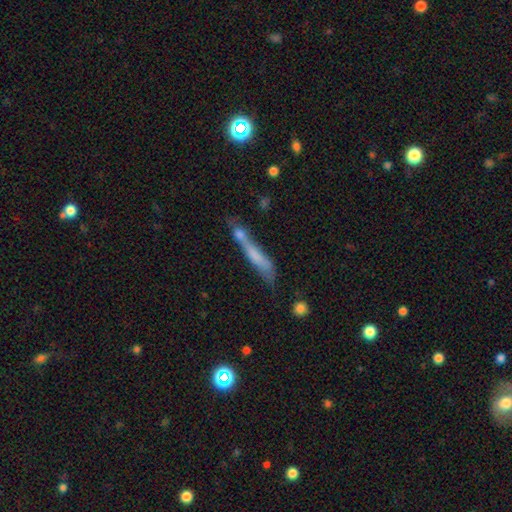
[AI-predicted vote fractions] Overall: smooth (55%; featured or disk 36%). How rounded: cigar-shaped (88%). Merging: merger (33%; none 31%).